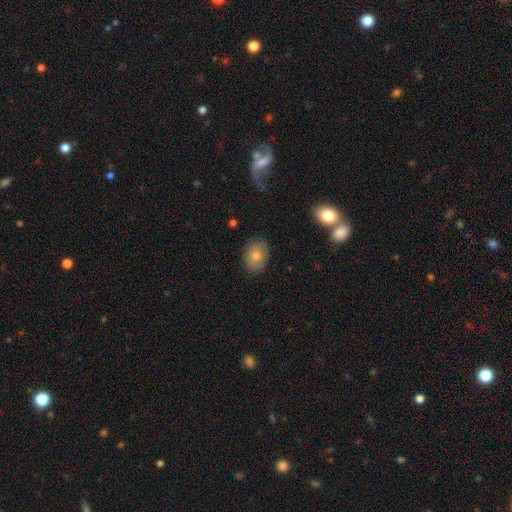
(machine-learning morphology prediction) A smooth galaxy with no disk features (70%) that is in between round and cigar-shaped (71%).

Vote fractions:
- Smooth or featured? smooth: 70% / featured or disk: 21% / star or artifact: 9%
- How rounded? in between: 71% / round: 28% / cigar-shaped: 1%
- Merging? none: 83% / minor disturbance: 11% / major disturbance: 4% / merger: 2%